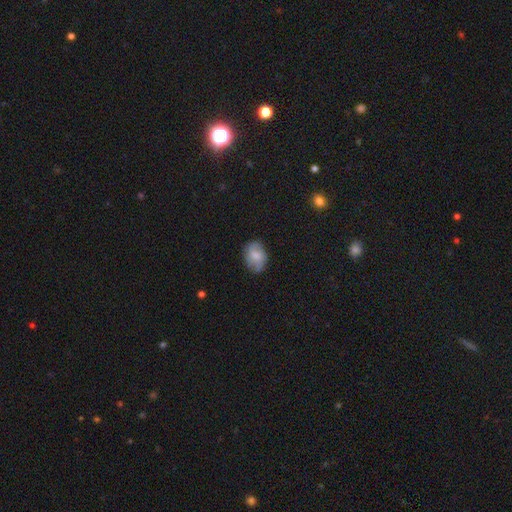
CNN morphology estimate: Smooth or featured? Predicted: smooth (p=0.70). How rounded? Predicted: in between (p=0.75). Merging? Predicted: none (p=0.69).